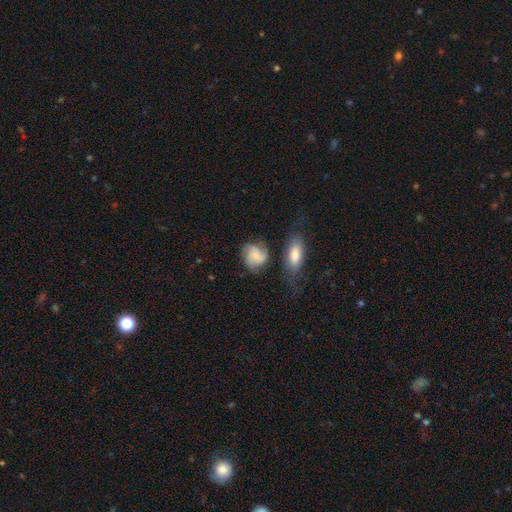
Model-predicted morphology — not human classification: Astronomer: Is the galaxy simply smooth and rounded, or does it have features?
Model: featured or disk — 54% (runner-up: smooth, 39%).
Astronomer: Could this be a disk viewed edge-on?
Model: no — 97%.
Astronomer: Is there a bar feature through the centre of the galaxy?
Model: no — 69%.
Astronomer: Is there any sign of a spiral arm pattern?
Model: yes — 91%.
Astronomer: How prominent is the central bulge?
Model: small — 58%.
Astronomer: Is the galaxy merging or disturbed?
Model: none — 61%.